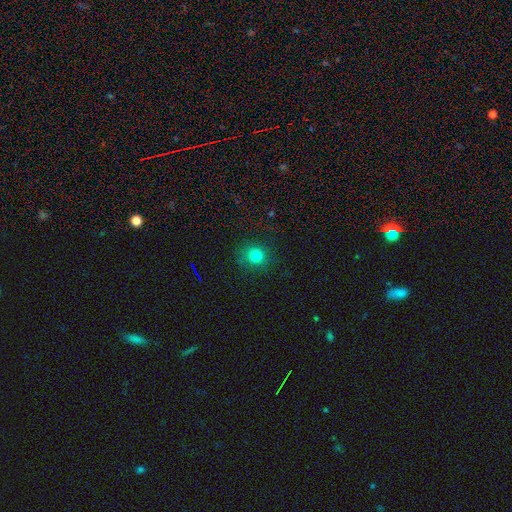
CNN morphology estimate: type=smooth (79%); roundness=round (88%); merging=none (86%).